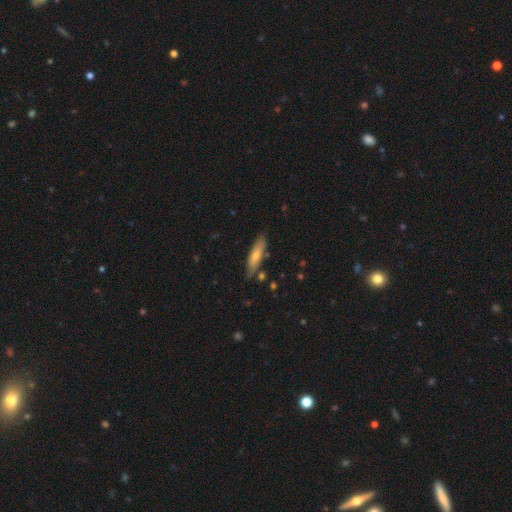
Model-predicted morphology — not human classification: smooth_or_featured: smooth (p=0.67) [alt: featured or disk p=0.27]
how_rounded: cigar-shaped (p=0.70) [alt: in between p=0.28]
merging: none (p=0.78) [alt: minor disturbance p=0.15]